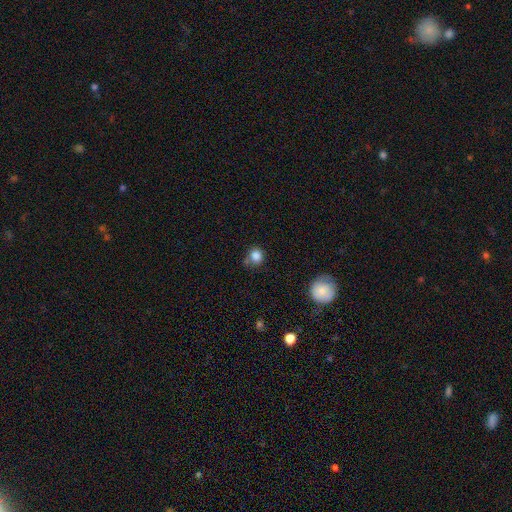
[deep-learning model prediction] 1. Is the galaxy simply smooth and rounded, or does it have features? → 84% smooth, 11% star or artifact, 5% featured or disk.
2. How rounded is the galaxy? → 83% round, 16% in between, 1% cigar-shaped.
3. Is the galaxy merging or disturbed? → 63% none, 20% minor disturbance, 10% merger, 6% major disturbance.